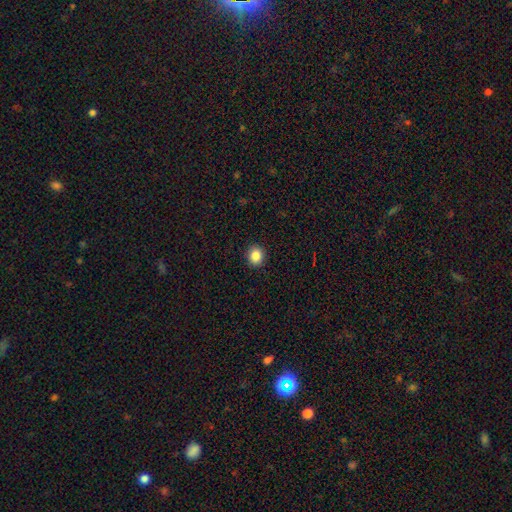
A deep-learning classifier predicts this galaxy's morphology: smooth 86%, star or artifact 10%, featured or disk 4%. Down the decision tree: how rounded — round (71%); merging — none (91%).